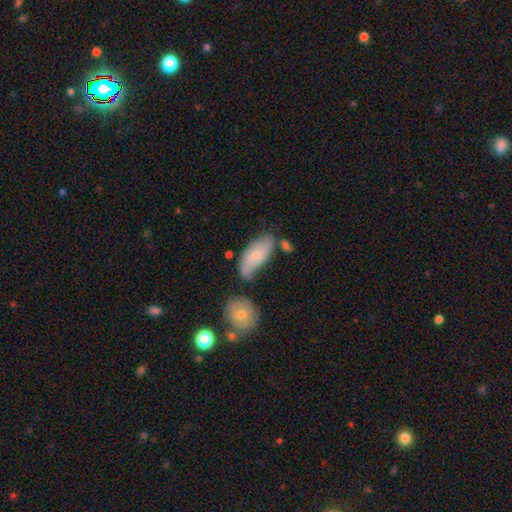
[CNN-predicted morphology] Smooth or featured? Predicted: smooth (p=0.49). Merging? Predicted: none (p=0.47).